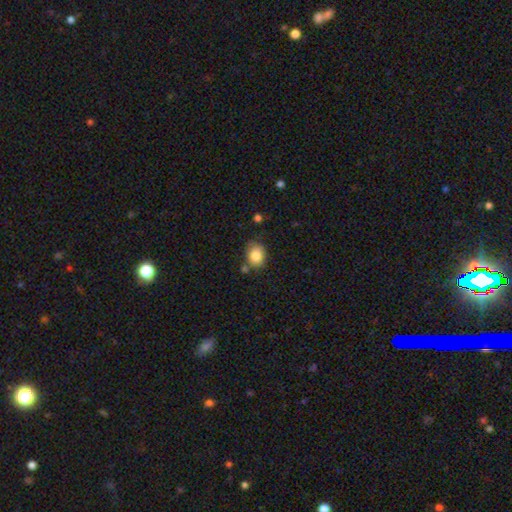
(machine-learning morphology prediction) This is clearly a smooth galaxy (83%). How rounded: possibly round (56%). Merging: likely none (69%).